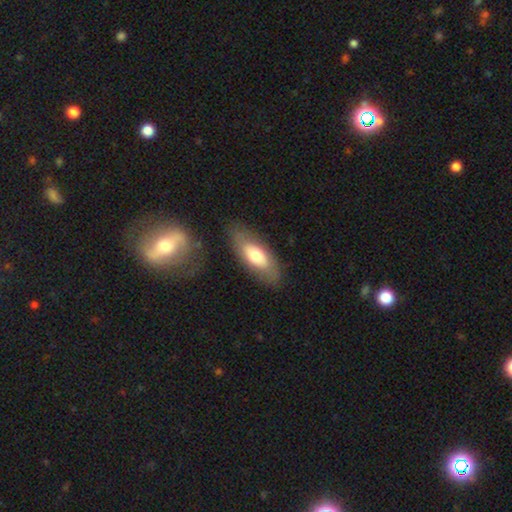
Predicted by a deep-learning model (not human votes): Morphology: type=smooth (61%); roundness=in between (80%); merging=none (78%).